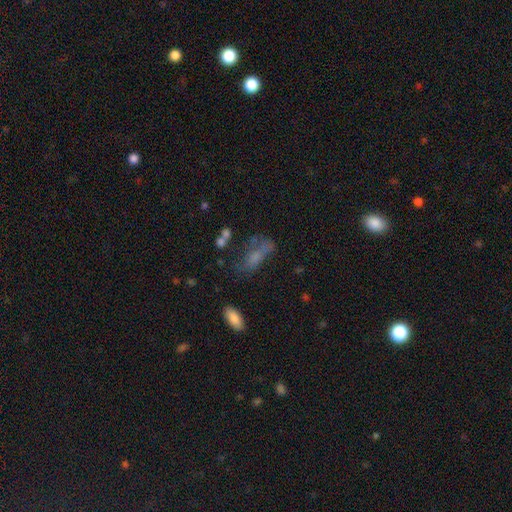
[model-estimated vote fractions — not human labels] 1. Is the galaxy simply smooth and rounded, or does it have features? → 51% smooth, 31% featured or disk, 18% star or artifact.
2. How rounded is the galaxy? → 65% in between, 29% cigar-shaped, 6% round.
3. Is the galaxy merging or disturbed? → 42% none, 26% major disturbance, 24% minor disturbance, 9% merger.